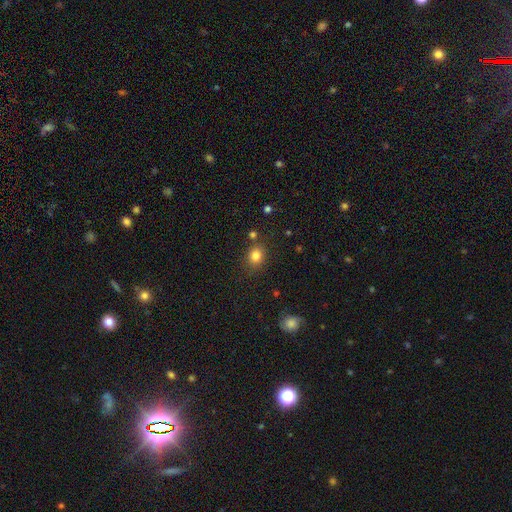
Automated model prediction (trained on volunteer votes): A smooth galaxy with no disk features (82%) that is round (62%). Merging: none (78%).